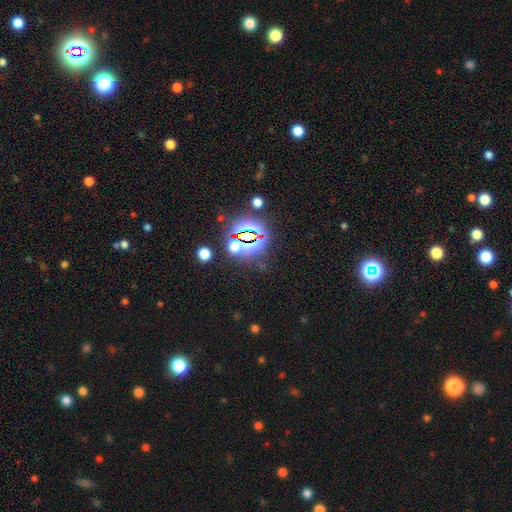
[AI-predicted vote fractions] This appears to be a star or artifact, not a galaxy (82%).